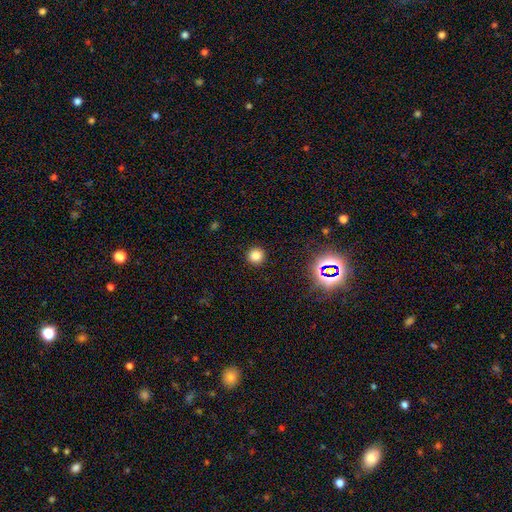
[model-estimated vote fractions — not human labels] Morphology: type=smooth (80%); roundness=round (95%); merging=none (92%).